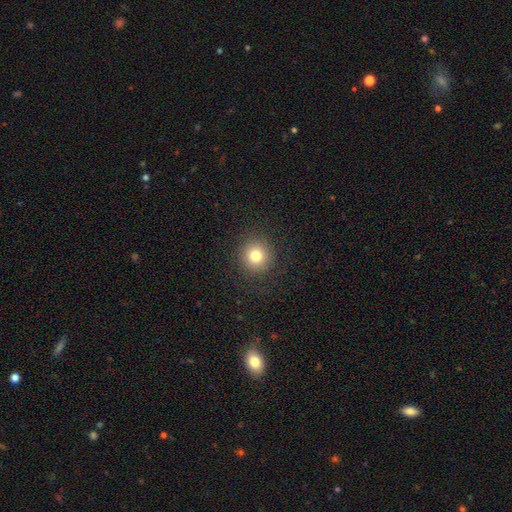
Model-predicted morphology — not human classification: Smooth or featured: smooth — 79% (star or artifact — 12%)
How rounded: round — 93% (in between — 6%)
Merging: none — 89% (minor disturbance — 7%)